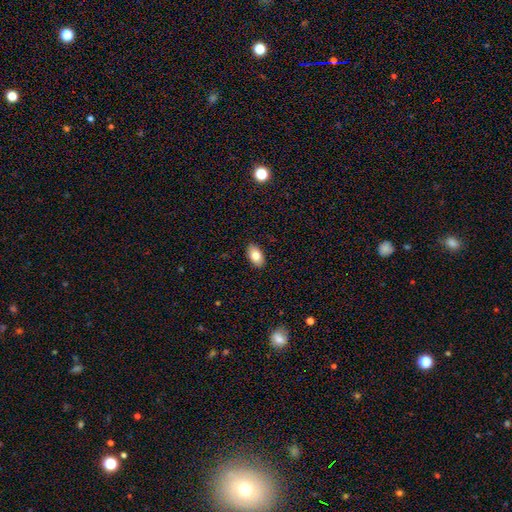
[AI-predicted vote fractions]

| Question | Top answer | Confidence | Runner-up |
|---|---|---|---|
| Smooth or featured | smooth | 81% | featured or disk (12%) |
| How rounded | in between | 93% | round (6%) |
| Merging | none | 89% | minor disturbance (8%) |